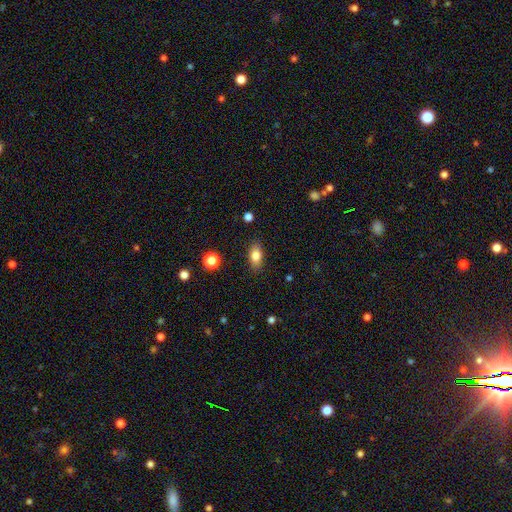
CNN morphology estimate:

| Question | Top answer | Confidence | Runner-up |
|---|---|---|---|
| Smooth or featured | smooth | 82% | featured or disk (9%) |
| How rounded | in between | 84% | round (9%) |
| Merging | none | 86% | minor disturbance (10%) |